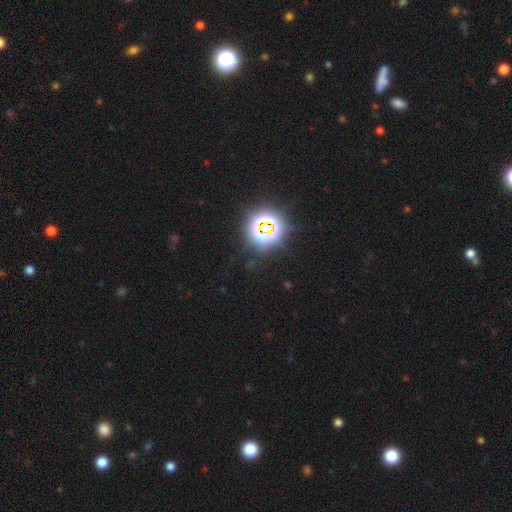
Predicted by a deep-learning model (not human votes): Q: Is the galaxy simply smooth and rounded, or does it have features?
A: star or artifact — 81%.